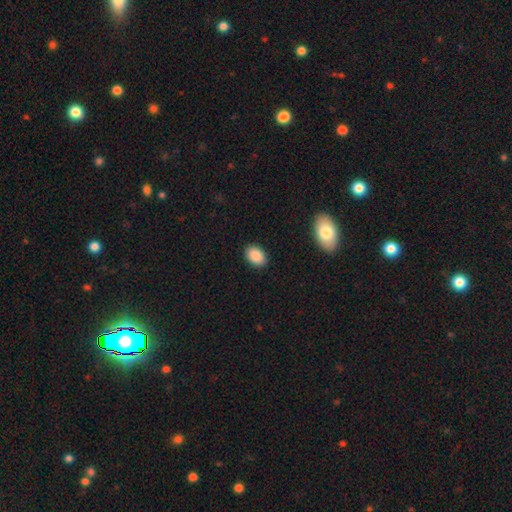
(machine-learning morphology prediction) Overall: smooth (88%). How rounded: in between (84%). Merging: none (89%).